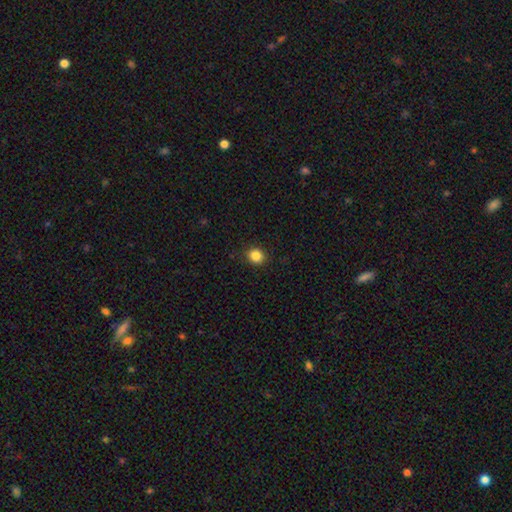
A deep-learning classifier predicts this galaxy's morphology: Smooth or featured? smooth (85%)
How rounded? round (81%)
Merging? none (91%)